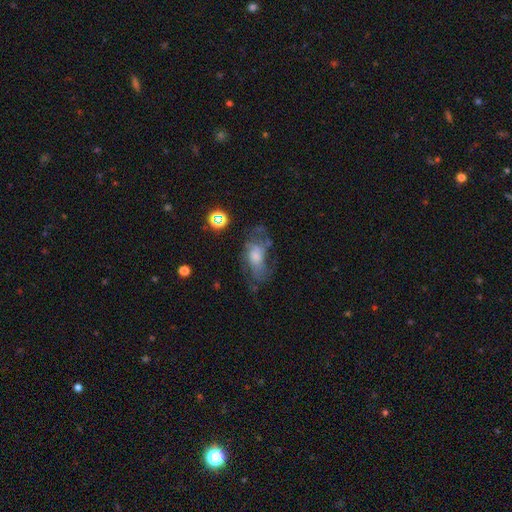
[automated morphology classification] A featured or disk galaxy (55%) with no bar (75%), spiral arms (63%) and a moderate central bulge (42%).

Vote fractions:
- Smooth or featured? featured or disk: 55% / smooth: 32% / star or artifact: 13%
- Edge-on disk? no: 92% / yes: 8%
- Bar? no: 75% / weak: 21% / strong: 4%
- Spiral arms? yes: 63% / no: 37%
- Bulge size? moderate: 42% / small: 26% / large: 18% / none: 12% / dominant: 2%
- Merging? none: 49% / major disturbance: 24% / minor disturbance: 23% / merger: 4%